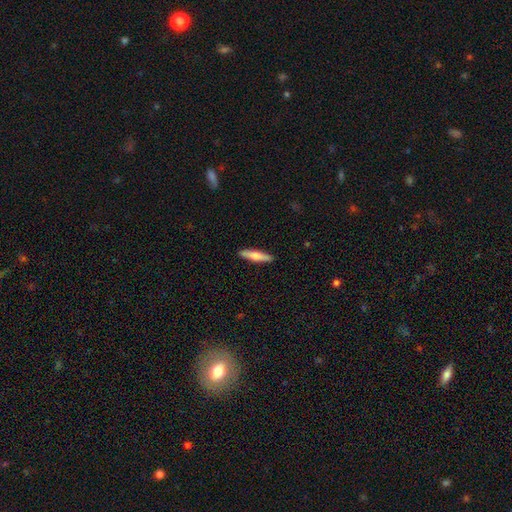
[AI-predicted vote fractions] This appears to be a smooth galaxy with no disk features (63%) that is cigar-shaped (84%). Merging: none (91%).